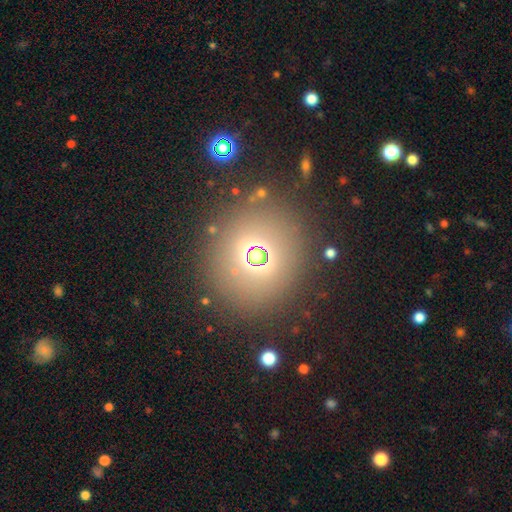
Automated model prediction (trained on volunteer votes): The model was most divided on "smooth or featured": smooth: 46%, star or artifact: 42%, featured or disk: 12%. More confident: merging — none (83%).